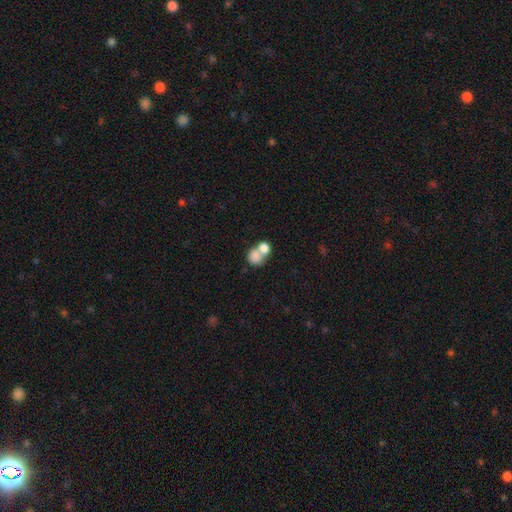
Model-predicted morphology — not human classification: The model was most divided on "how rounded": round: 61%, in between: 38%, cigar-shaped: 1%. More confident: smooth or featured — smooth (79%); merging — merger (60%).